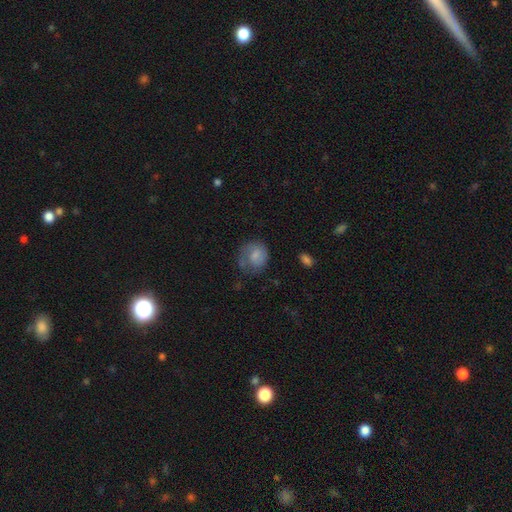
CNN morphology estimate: Smooth or featured?
  - smooth: 66% *
  - featured or disk: 27%
  - star or artifact: 8%
How rounded?
  - round: 69% *
  - in between: 30%
  - cigar-shaped: 1%
Merging?
  - none: 47% *
  - minor disturbance: 26%
  - major disturbance: 23%
  - merger: 3%